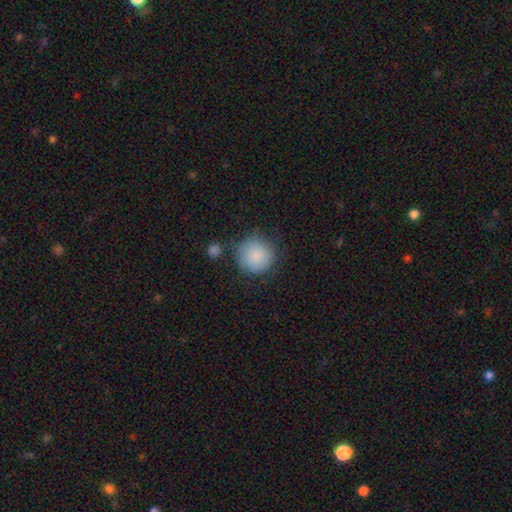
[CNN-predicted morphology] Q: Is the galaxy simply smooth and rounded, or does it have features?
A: smooth — 88%.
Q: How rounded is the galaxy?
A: round — 94%.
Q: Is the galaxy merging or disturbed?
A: none — 74%.